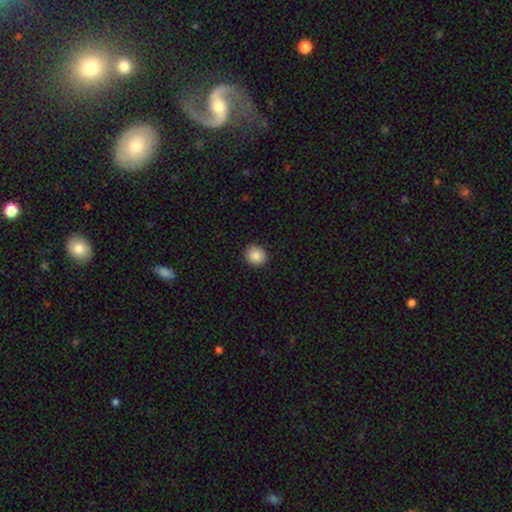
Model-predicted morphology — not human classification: A smooth galaxy with no disk features (87%) that is round (87%). Merging: none (90%).